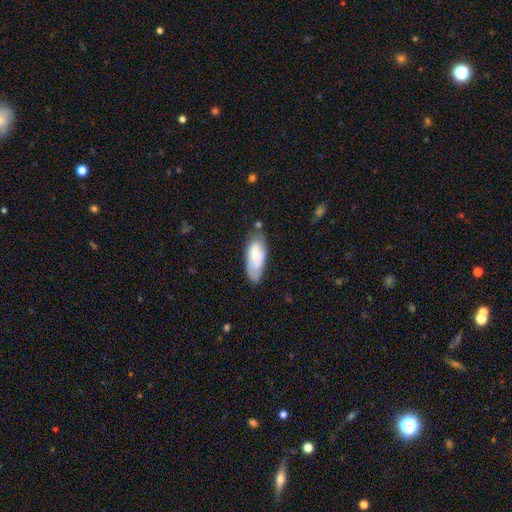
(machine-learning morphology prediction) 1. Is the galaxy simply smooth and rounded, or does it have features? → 61% smooth, 33% featured or disk, 6% star or artifact.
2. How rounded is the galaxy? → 80% in between, 18% cigar-shaped, 2% round.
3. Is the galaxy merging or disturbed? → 59% none, 27% minor disturbance, 7% major disturbance, 6% merger.